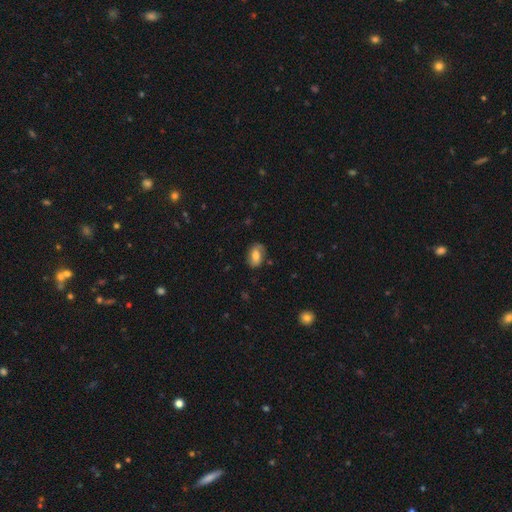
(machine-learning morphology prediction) Overall: smooth (62%; featured or disk 30%). How rounded: in between (85%). Merging: none (77%).